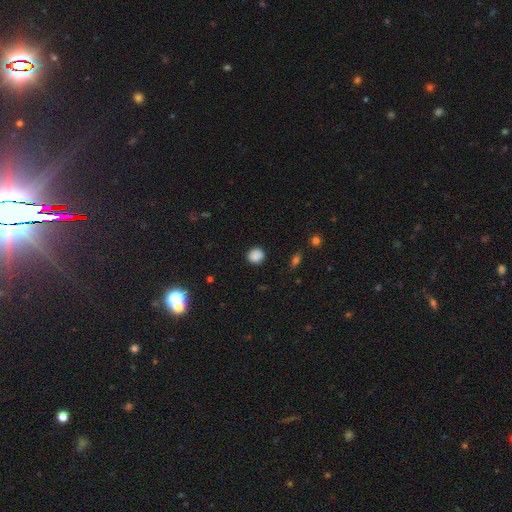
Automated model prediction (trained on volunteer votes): A smooth galaxy with no disk features (86%) that is round (90%). Merging: none (88%).